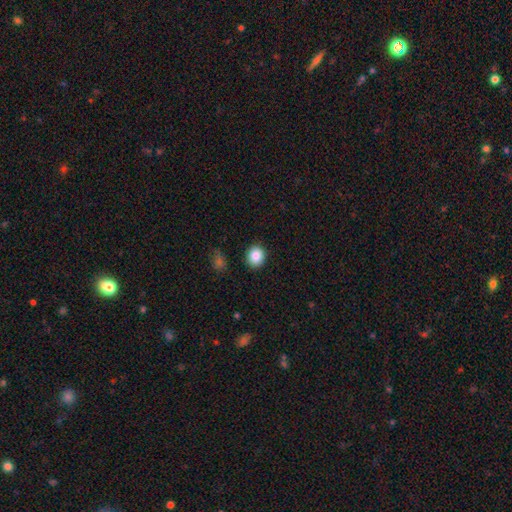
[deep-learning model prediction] Q: Smooth or featured?
A: smooth (86%); runner-up: star or artifact (9%)
Q: How rounded?
A: round (76%); runner-up: in between (23%)
Q: Merging?
A: none (89%); runner-up: minor disturbance (7%)